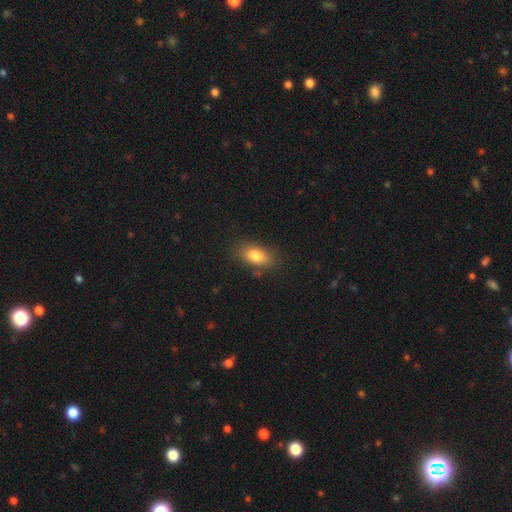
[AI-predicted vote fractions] Smooth or featured: smooth — 81% (featured or disk — 10%)
How rounded: in between — 87% (round — 7%)
Merging: none — 82% (minor disturbance — 13%)